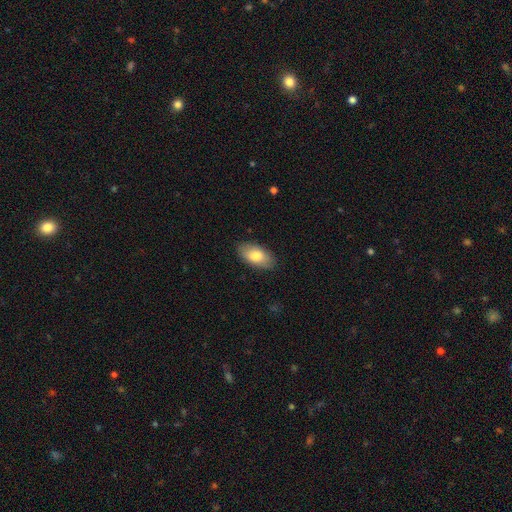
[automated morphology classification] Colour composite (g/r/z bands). It shows a smooth galaxy with no disk features (80%) that is in between round and cigar-shaped (94%). Merging: none (86%).